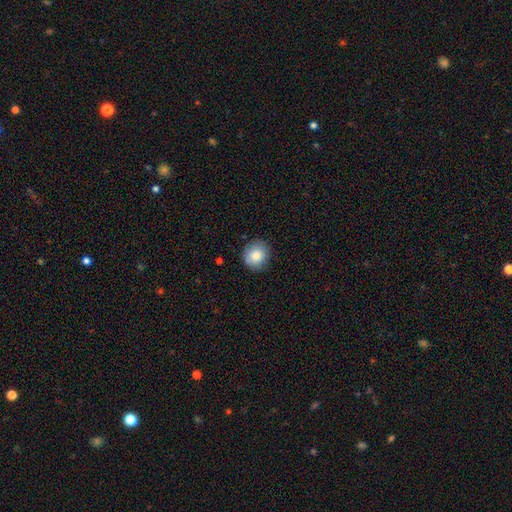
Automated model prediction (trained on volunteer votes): smooth_or_featured: smooth (p=0.84) [alt: star or artifact p=0.08]
how_rounded: round (p=0.86) [alt: in between p=0.13]
merging: none (p=0.83) [alt: minor disturbance p=0.13]